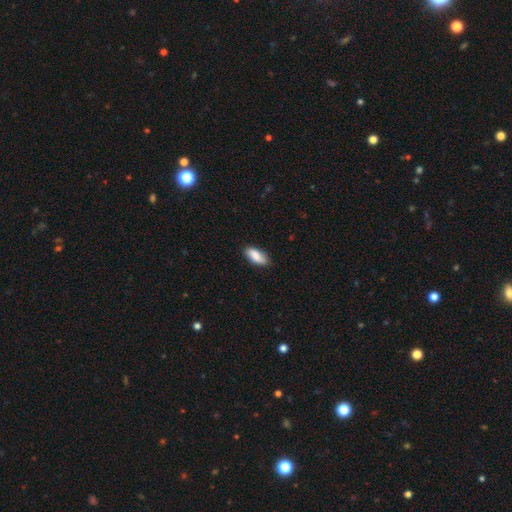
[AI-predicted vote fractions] Smooth or featured?
  - smooth: 83% *
  - featured or disk: 11%
  - star or artifact: 6%
How rounded?
  - in between: 85% *
  - cigar-shaped: 13%
  - round: 2%
Merging?
  - none: 81% *
  - minor disturbance: 15%
  - major disturbance: 2%
  - merger: 1%